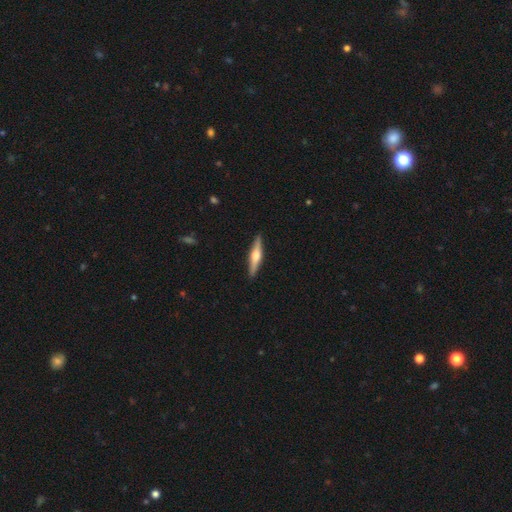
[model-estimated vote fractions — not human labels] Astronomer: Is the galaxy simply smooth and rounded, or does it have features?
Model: featured or disk — 65%.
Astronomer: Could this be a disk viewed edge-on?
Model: yes — 97%.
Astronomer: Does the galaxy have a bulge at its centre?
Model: rounded — 92%.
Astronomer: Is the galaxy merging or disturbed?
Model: none — 91%.